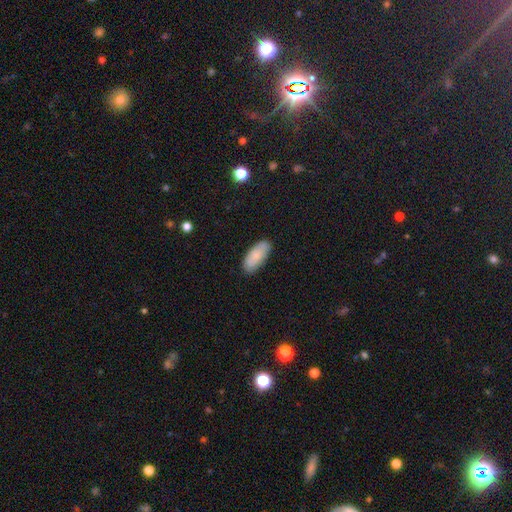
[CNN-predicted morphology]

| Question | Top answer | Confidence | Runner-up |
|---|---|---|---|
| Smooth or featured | smooth | 82% | featured or disk (12%) |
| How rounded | in between | 87% | cigar-shaped (11%) |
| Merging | none | 84% | minor disturbance (12%) |